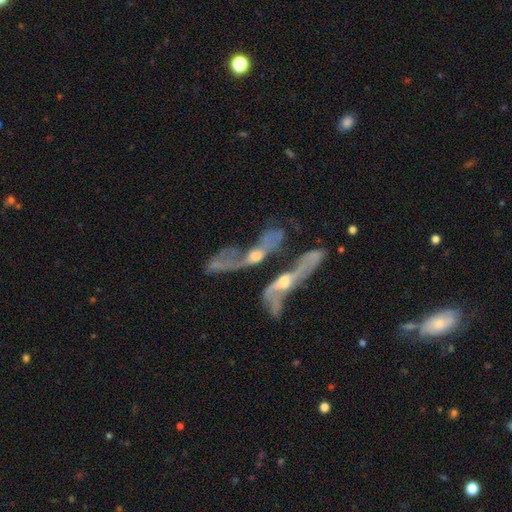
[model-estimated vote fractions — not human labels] Smooth or featured?
  - featured or disk: 68% *
  - smooth: 20%
  - star or artifact: 12%
Edge-on disk?
  - no: 70% *
  - yes: 30%
Merging?
  - merger: 67% *
  - major disturbance: 15%
  - none: 11%
  - minor disturbance: 7%